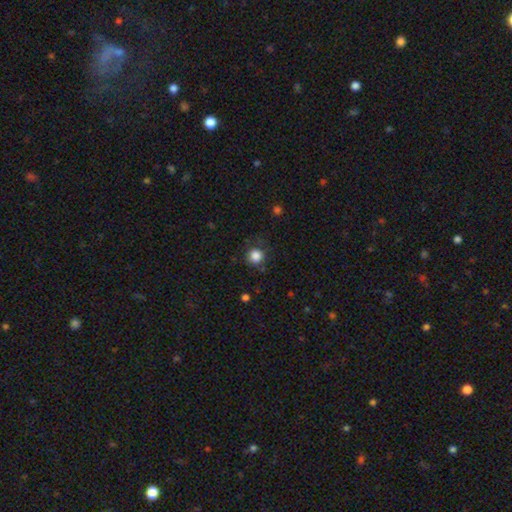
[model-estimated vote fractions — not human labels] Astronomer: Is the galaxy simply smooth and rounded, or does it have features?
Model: smooth — 85%.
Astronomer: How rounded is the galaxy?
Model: round — 93%.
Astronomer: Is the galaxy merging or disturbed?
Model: none — 81%.